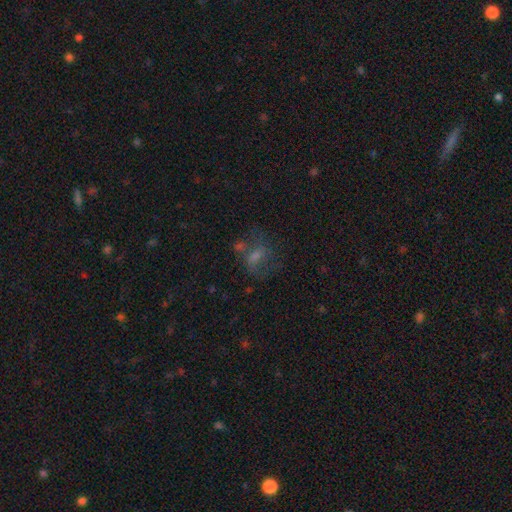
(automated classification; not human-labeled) This is marginally a featured or disk galaxy (38%, tied with smooth). Merging: possibly none (49%).